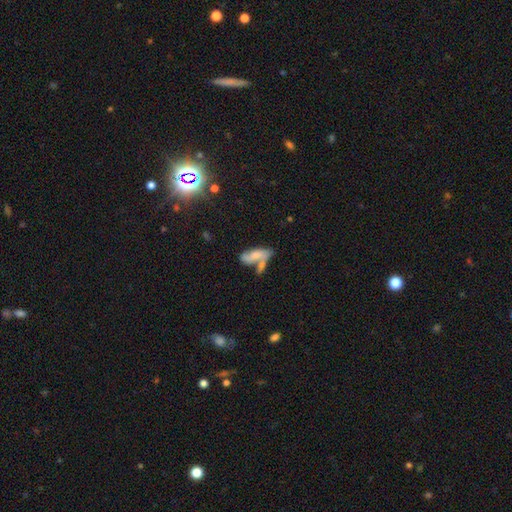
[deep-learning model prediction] The model was most divided on "merging": merger: 46%, none: 30%, minor disturbance: 15%, major disturbance: 10%. More confident: how rounded — in between (71%); smooth or featured — smooth (58%).